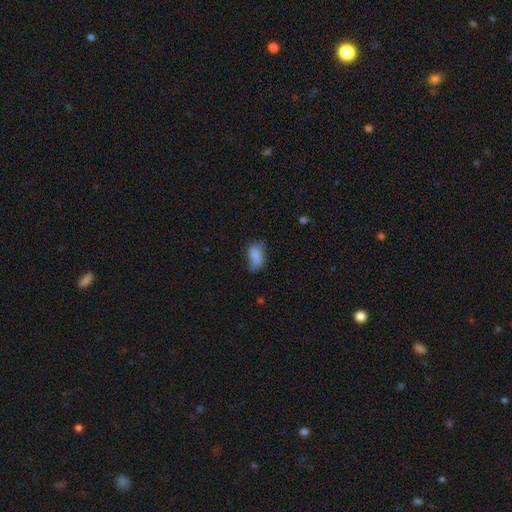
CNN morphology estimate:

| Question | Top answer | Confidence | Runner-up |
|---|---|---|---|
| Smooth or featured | smooth | 82% | featured or disk (10%) |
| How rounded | in between | 90% | round (6%) |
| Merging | none | 52% | minor disturbance (34%) |